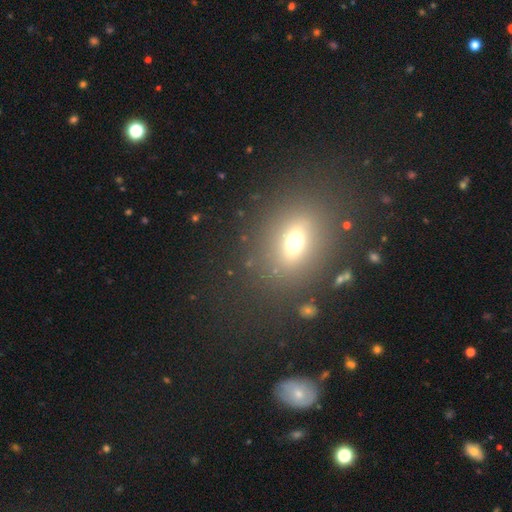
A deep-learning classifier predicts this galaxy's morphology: A smooth galaxy with no disk features (57%) that is in between round and cigar-shaped (69%).

Vote fractions:
- Smooth or featured? smooth: 57% / star or artifact: 25% / featured or disk: 17%
- How rounded? in between: 69% / round: 26% / cigar-shaped: 5%
- Merging? none: 83% / minor disturbance: 9% / major disturbance: 5% / merger: 3%